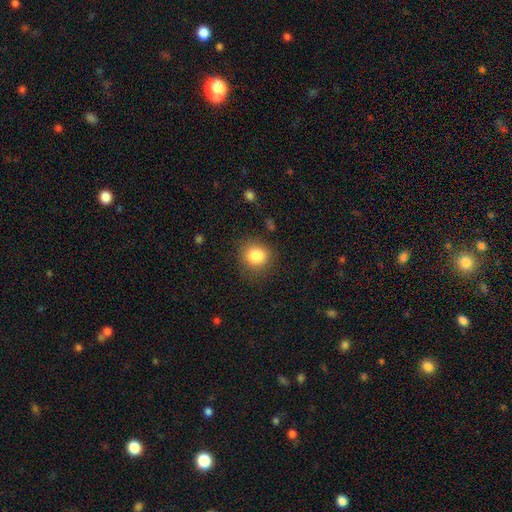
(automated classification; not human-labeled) This appears to be a smooth galaxy with no disk features (85%) that is round (76%). Merging: none (80%).